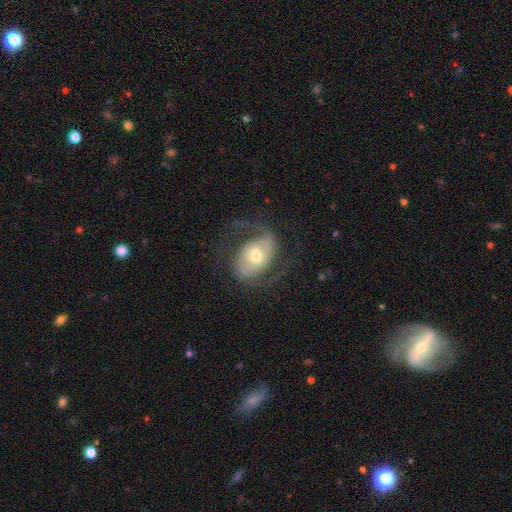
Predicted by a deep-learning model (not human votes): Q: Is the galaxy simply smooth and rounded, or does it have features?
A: featured or disk — 82%.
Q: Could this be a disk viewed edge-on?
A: no — 97%.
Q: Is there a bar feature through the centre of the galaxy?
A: no — 50%.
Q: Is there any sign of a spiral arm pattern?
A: yes — 93%.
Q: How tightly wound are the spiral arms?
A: medium — 46%.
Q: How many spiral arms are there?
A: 2 — 86%.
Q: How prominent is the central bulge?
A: moderate — 64%.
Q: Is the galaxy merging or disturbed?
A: none — 65%.